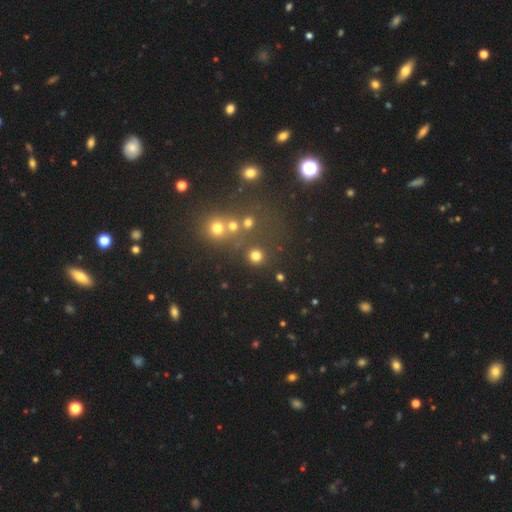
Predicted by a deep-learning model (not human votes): Smooth or featured? Predicted: smooth (p=0.75). How rounded? Predicted: round (p=0.93). Merging? Predicted: none (p=0.82).